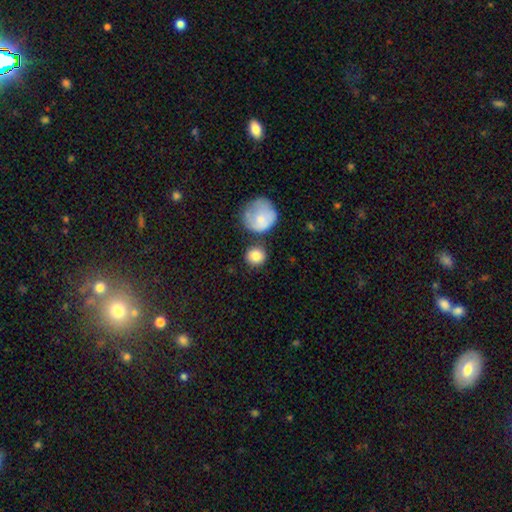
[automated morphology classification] A smooth galaxy with no disk features (84%) that is round (88%). Merging: none (75%).